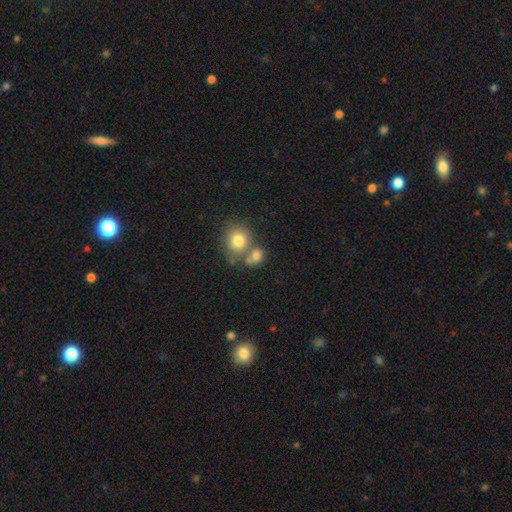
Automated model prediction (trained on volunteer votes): The model was most divided on "merging": merger: 44%, none: 41%, minor disturbance: 10%, major disturbance: 5%. More confident: smooth or featured — smooth (76%); how rounded — round (69%).